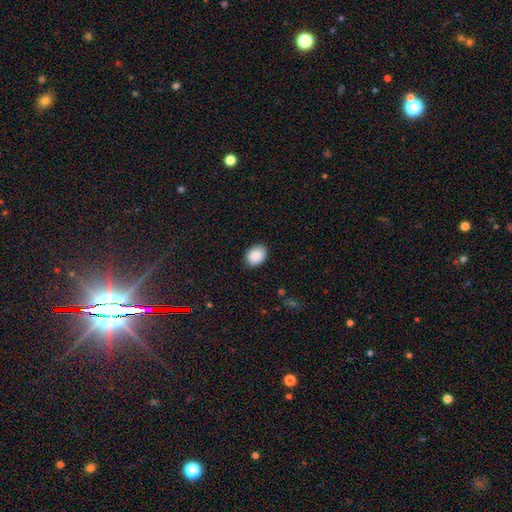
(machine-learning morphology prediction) smooth 89%, star or artifact 7%, featured or disk 4%. Down the decision tree: how rounded — in between (62%); merging — none (87%).